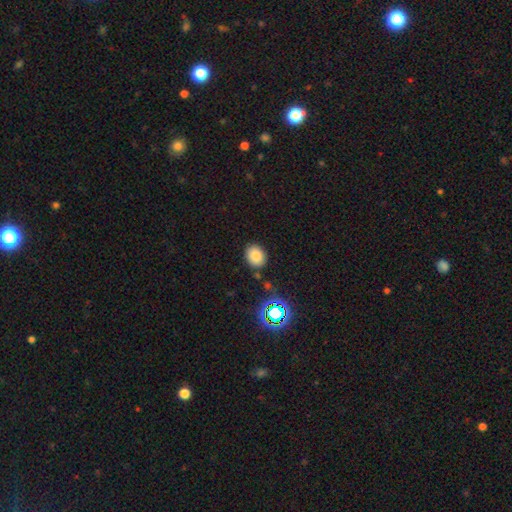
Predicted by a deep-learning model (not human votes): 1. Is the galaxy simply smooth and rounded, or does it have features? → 79% smooth, 14% star or artifact, 7% featured or disk.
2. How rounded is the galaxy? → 52% round, 47% in between, 1% cigar-shaped.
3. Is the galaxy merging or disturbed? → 84% none, 10% minor disturbance, 3% merger, 3% major disturbance.